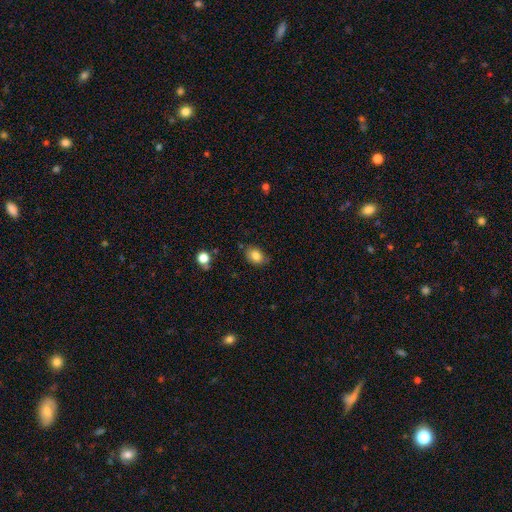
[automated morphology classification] The model was most divided on "how rounded": in between: 69%, round: 30%, cigar-shaped: 1%. More confident: smooth or featured — smooth (82%); merging — none (73%).